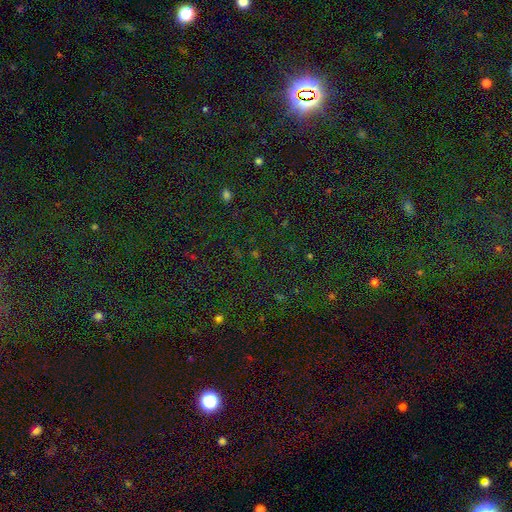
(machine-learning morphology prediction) Smooth or featured? Predicted: star or artifact (p=0.78).